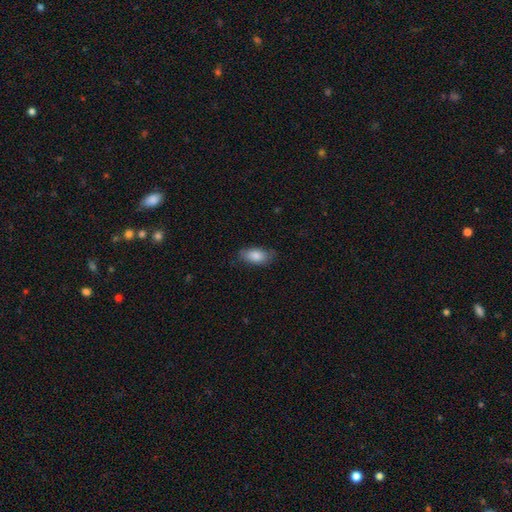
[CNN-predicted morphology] Smooth or featured?
  - smooth: 85% *
  - featured or disk: 9%
  - star or artifact: 6%
How rounded?
  - in between: 90% *
  - cigar-shaped: 6%
  - round: 3%
Merging?
  - none: 76% *
  - minor disturbance: 19%
  - major disturbance: 4%
  - merger: 1%